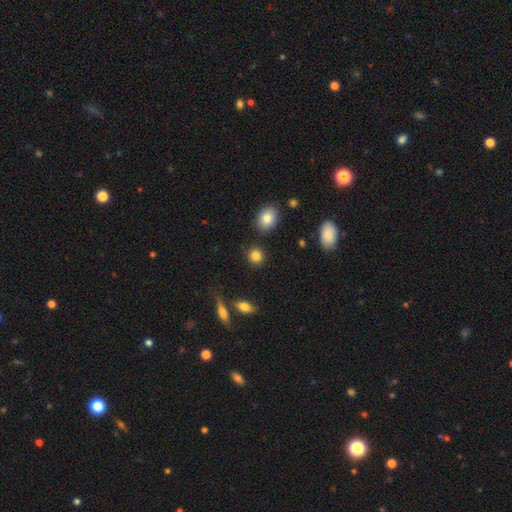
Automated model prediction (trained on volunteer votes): Smooth or featured: smooth — 85% (star or artifact — 10%)
How rounded: round — 84% (in between — 15%)
Merging: none — 87% (minor disturbance — 7%)